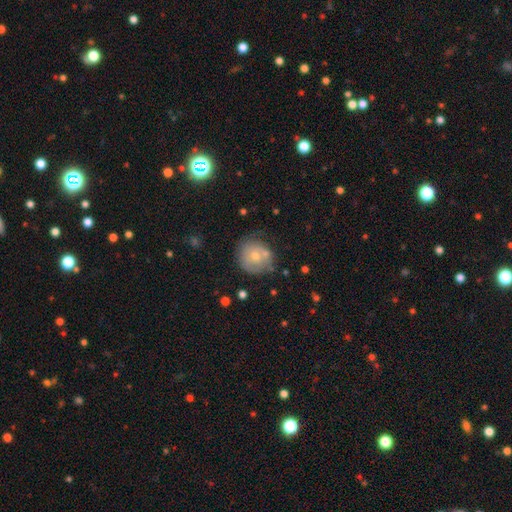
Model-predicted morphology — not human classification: The model was most divided on "smooth or featured": smooth: 53%, featured or disk: 39%, star or artifact: 8%. More confident: how rounded — round (85%); merging — none (58%).